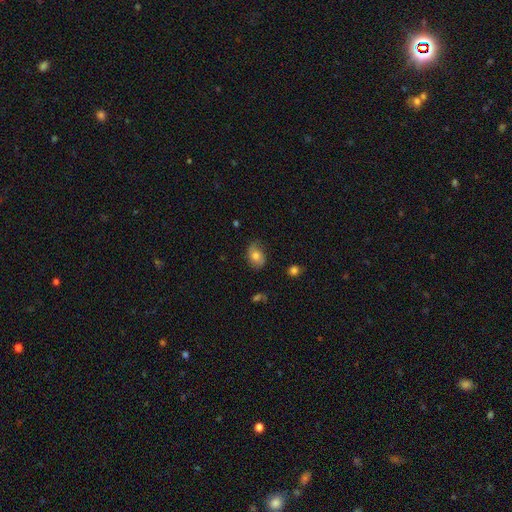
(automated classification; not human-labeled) Overall: smooth (66%). How rounded: in between (75%). Merging: none (70%).